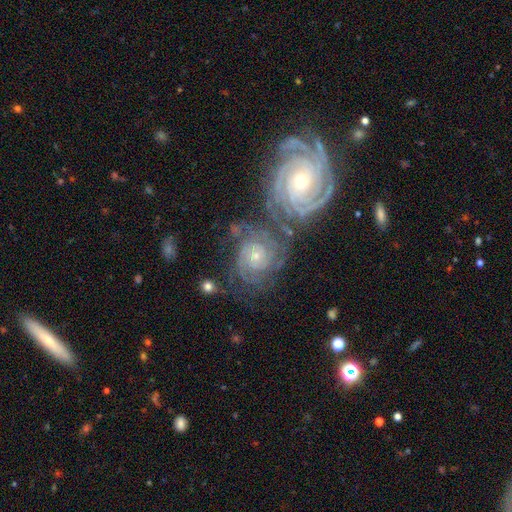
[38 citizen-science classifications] Smooth or featured?
  - featured or disk: 95% *
  - smooth: 3%
  - star or artifact: 3%
Edge-on disk?
  - no: 97% *
  - yes: 3%
Bar?
  - no: 74% *
  - strong: 14%
  - weak: 11%
Spiral arms?
  - yes: 94% *
  - no: 6%
Spiral winding?
  - tight: 76% *
  - medium: 21%
  - loose: 3%
Spiral arm count?
  - 4: 36% *
  - 3: 30%
  - can't tell: 15%
  - 2: 9%
  - more than 4: 9%
  - 1: 0%
Bulge size?
  - small: 69% *
  - moderate: 29%
  - large: 3%
  - dominant: 0%
  - none: 0%
Merging?
  - minor disturbance: 30% *
  - none: 27%
  - merger: 24%
  - major disturbance: 19%